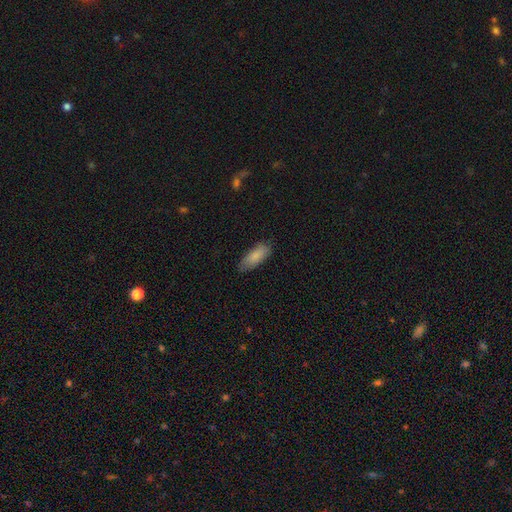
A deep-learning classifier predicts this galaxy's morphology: smooth-or-featured: smooth: 85% | featured or disk: 9% | star or artifact: 6%
  how-rounded: in between: 75% | cigar-shaped: 23% | round: 2%
  merging: none: 74% | minor disturbance: 21% | major disturbance: 4% | merger: 1%